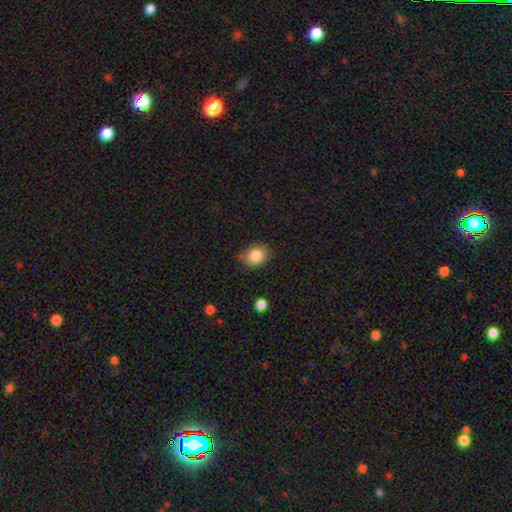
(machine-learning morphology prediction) Smooth or featured?
  - smooth: 83% *
  - star or artifact: 9%
  - featured or disk: 8%
How rounded?
  - in between: 56% *
  - round: 43%
  - cigar-shaped: 1%
Merging?
  - none: 74% *
  - minor disturbance: 21%
  - major disturbance: 4%
  - merger: 2%